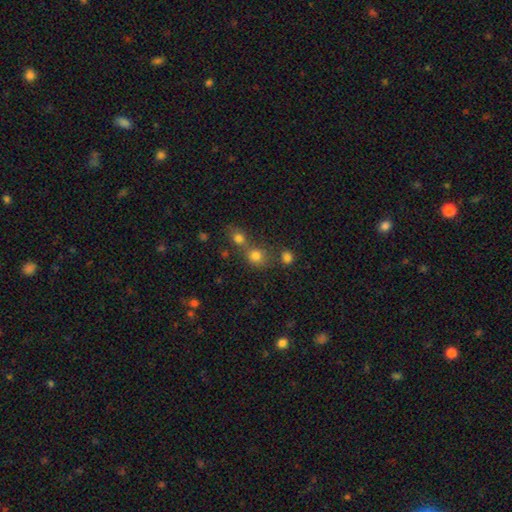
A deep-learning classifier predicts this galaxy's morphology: type=smooth (77%); roundness=round (81%); merging=none (49%).